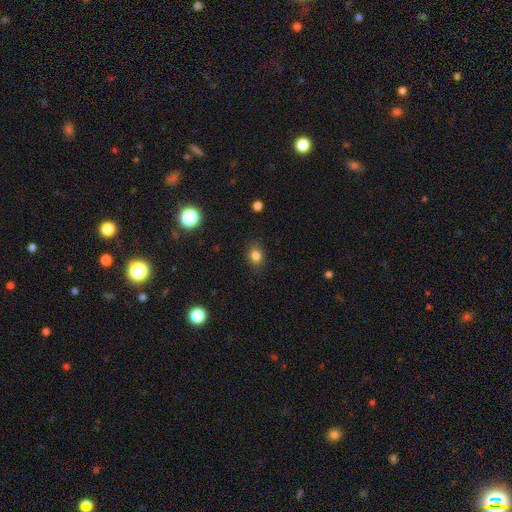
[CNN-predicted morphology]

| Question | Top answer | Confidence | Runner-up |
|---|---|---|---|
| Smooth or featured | smooth | 81% | star or artifact (13%) |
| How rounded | round | 54% | in between (45%) |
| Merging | none | 85% | minor disturbance (11%) |